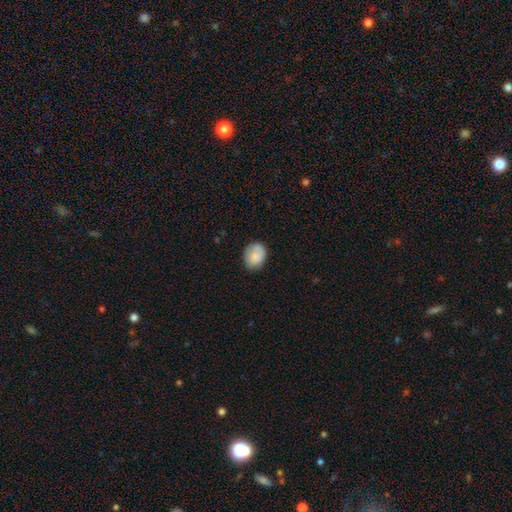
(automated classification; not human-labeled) This appears to be a smooth galaxy with no disk features (81%) that is round (50%). Merging: none (71%).